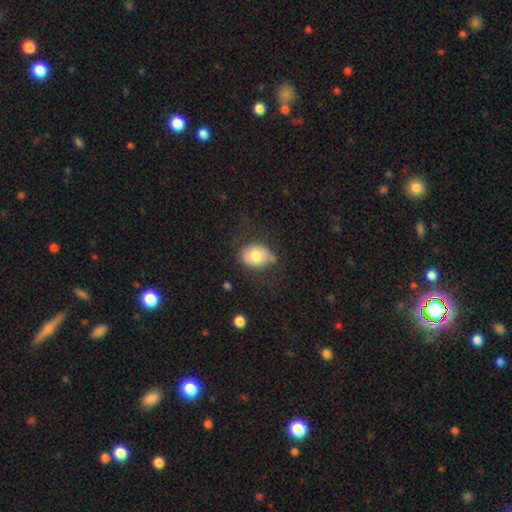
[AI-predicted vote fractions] Smooth or featured? Predicted: smooth (p=0.74). How rounded? Predicted: in between (p=0.56). Merging? Predicted: none (p=0.58).